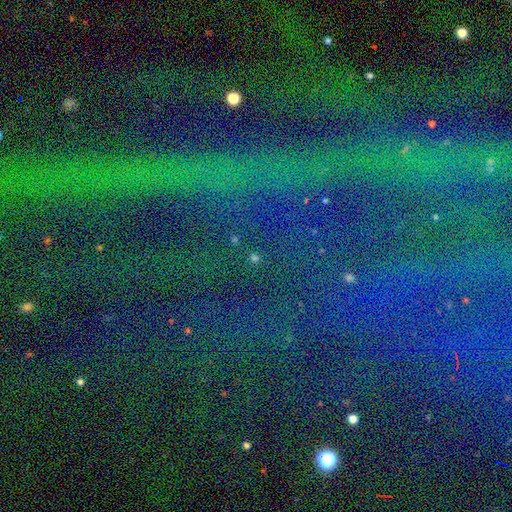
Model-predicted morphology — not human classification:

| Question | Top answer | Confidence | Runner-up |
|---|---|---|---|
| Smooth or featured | star or artifact | 85% | featured or disk (7%) |